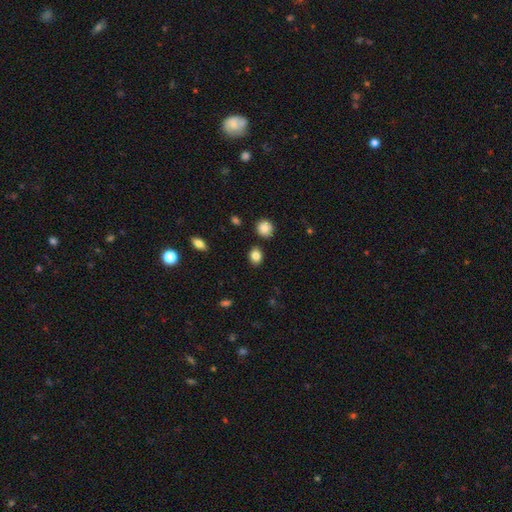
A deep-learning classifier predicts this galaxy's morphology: Smooth or featured: smooth — 85% (star or artifact — 10%)
How rounded: round — 54% (in between — 45%)
Merging: none — 85% (minor disturbance — 8%)